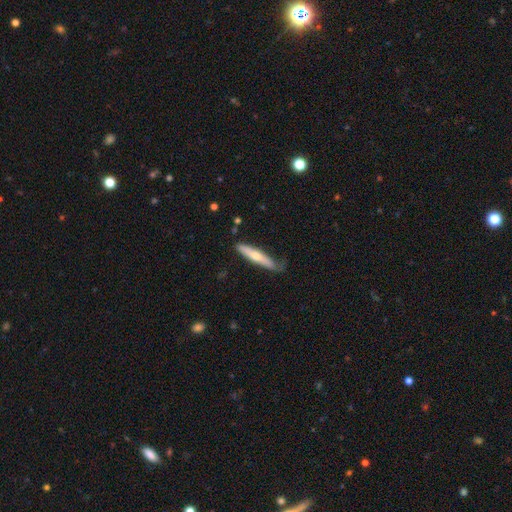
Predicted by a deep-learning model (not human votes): smooth-or-featured: smooth: 54% | featured or disk: 41% | star or artifact: 5%
  how-rounded: cigar-shaped: 88% | in between: 11% | round: 2%
  merging: none: 68% | minor disturbance: 25% | major disturbance: 5% | merger: 2%